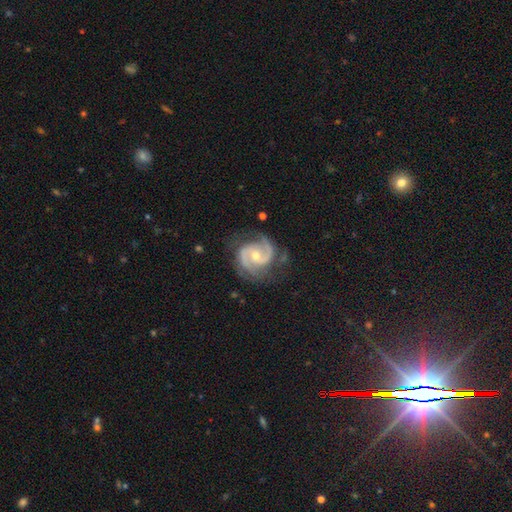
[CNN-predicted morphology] smooth_or_featured: featured or disk (p=0.92) [alt: star or artifact p=0.05]
disk_edge_on: no (p=0.98) [alt: yes p=0.02]
bar: no (p=0.52) [alt: weak p=0.35]
has_spiral_arms: yes (p=0.98) [alt: no p=0.02]
spiral_winding: medium (p=0.56) [alt: tight p=0.33]
spiral_arm_count: 2 (p=0.90) [alt: 3 p=0.04]
bulge_size: moderate (p=0.49) [alt: small p=0.48]
merging: none (p=0.75) [alt: minor disturbance p=0.17]